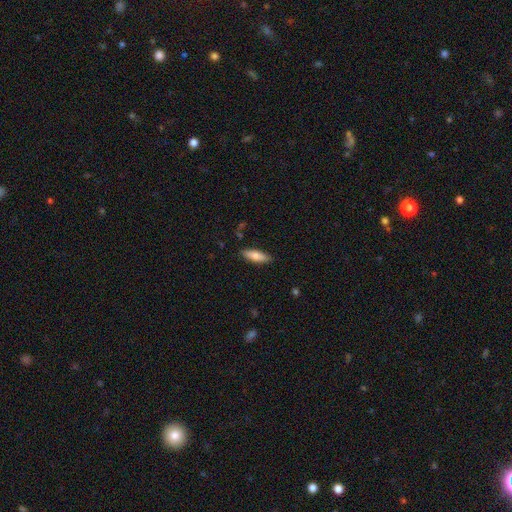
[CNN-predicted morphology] This appears to be a smooth galaxy with no disk features (77%) that is in between round and cigar-shaped (52%). Merging: none (85%).